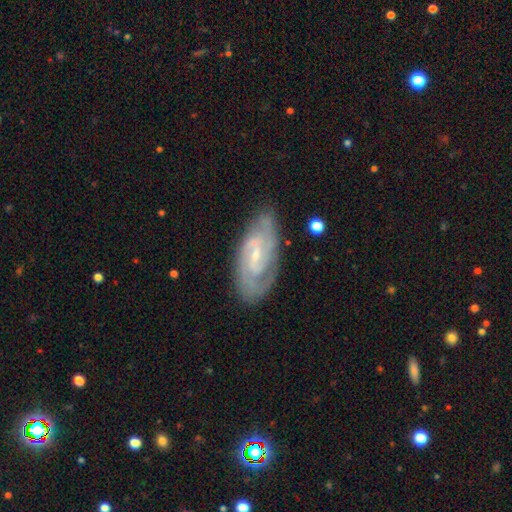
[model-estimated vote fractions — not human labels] This is clearly a featured or disk galaxy (85%). It is clearly not viewed edge-on (94%). Bar: possibly weak (54%). Spiral arm pattern: clearly yes (96%). Spiral arm count: likely 2 (71%). Spiral winding: possibly tight (51%). Central bulge: likely small (70%). Merging: likely none (78%).